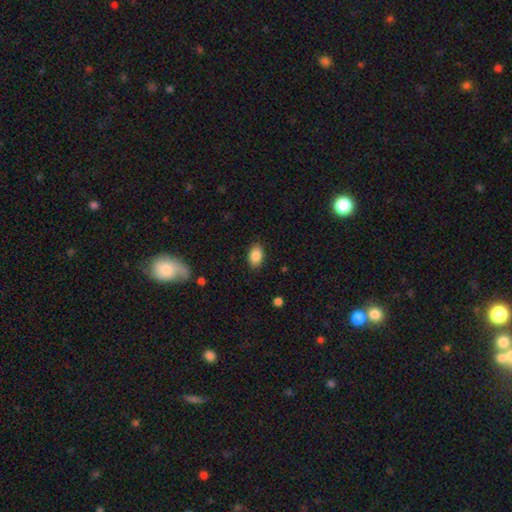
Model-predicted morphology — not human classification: Smooth or featured? smooth (86%)
How rounded? in between (88%)
Merging? none (87%)